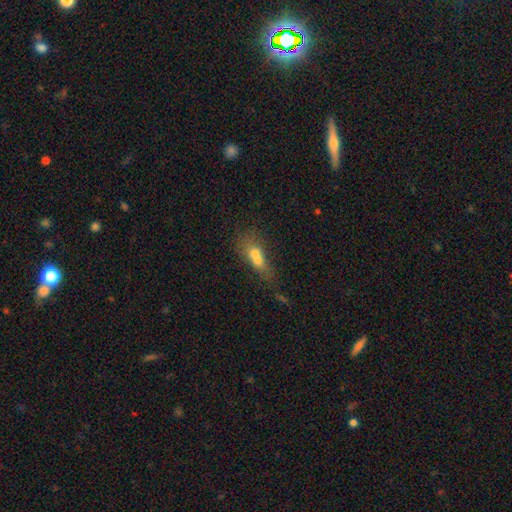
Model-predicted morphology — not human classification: type=smooth (58%); roundness=in between (50%); merging=merger (63%).